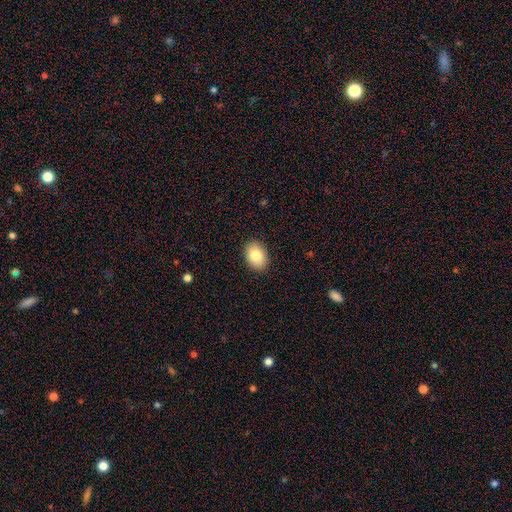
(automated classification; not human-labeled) This is clearly a smooth galaxy (83%). How rounded: clearly in between (80%). Merging: clearly none (90%).